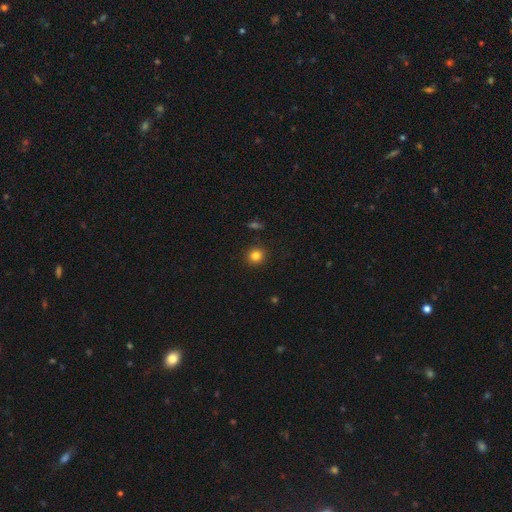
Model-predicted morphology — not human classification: Overall: smooth (83%). How rounded: round (90%). Merging: none (91%).